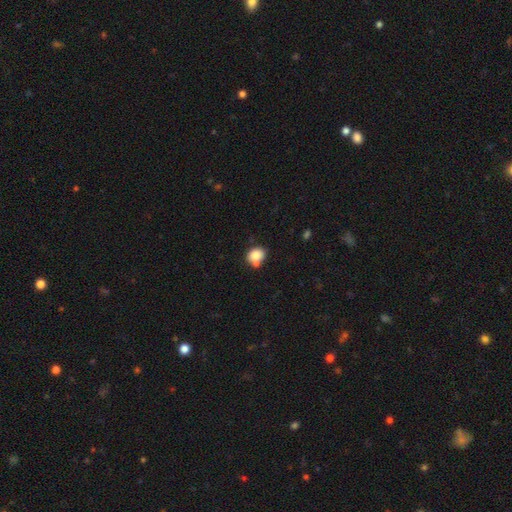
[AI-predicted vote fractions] Q: Smooth or featured?
A: smooth (81%); runner-up: star or artifact (9%)
Q: How rounded?
A: round (53%); runner-up: in between (46%)
Q: Merging?
A: none (53%); runner-up: merger (27%)